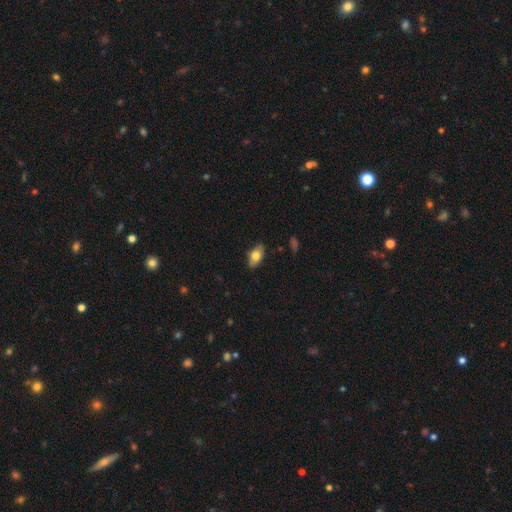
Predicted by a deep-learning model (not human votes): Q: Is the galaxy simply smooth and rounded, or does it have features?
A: smooth — 73%.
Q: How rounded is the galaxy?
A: in between — 90%.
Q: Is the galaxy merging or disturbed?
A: none — 83%.